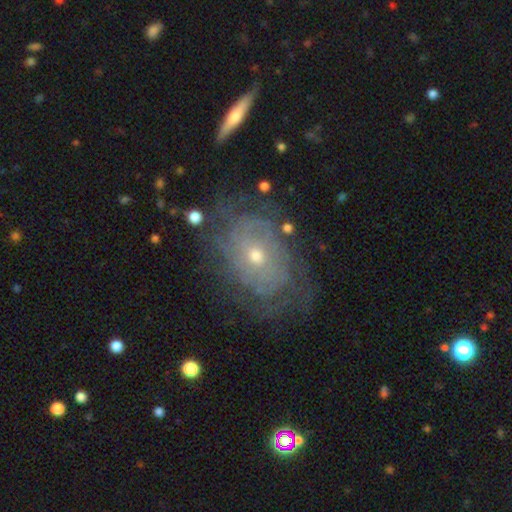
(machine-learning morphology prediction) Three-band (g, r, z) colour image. It shows a featured or disk galaxy (71%) with no bar (83%), spiral arms (70%) and a small central bulge (54%). Merging: none (64%).